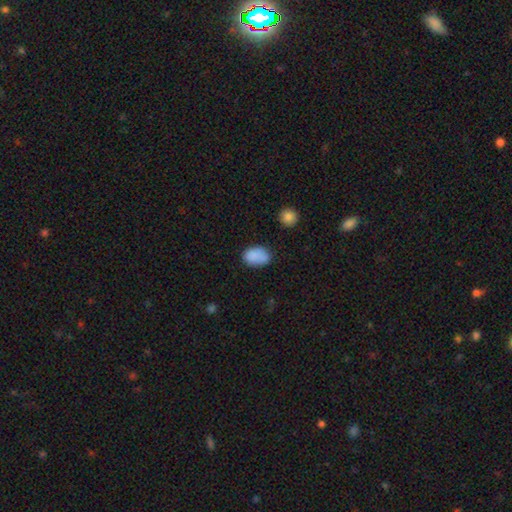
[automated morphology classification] A smooth galaxy with no disk features (85%) that is in between round and cigar-shaped (85%).

Vote fractions:
- Smooth or featured? smooth: 85% / star or artifact: 9% / featured or disk: 6%
- How rounded? in between: 85% / round: 14% / cigar-shaped: 1%
- Merging? none: 67% / minor disturbance: 22% / major disturbance: 6% / merger: 5%